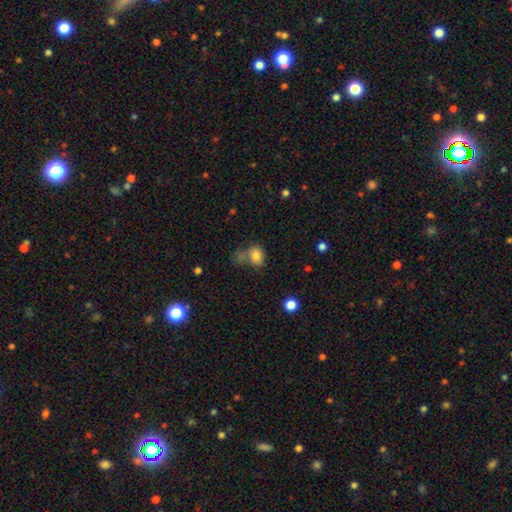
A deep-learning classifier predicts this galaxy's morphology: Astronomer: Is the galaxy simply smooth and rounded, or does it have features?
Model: smooth — 81%.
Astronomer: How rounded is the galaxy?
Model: in between — 63%.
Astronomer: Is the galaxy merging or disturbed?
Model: none — 46% (runner-up: merger, 26%).